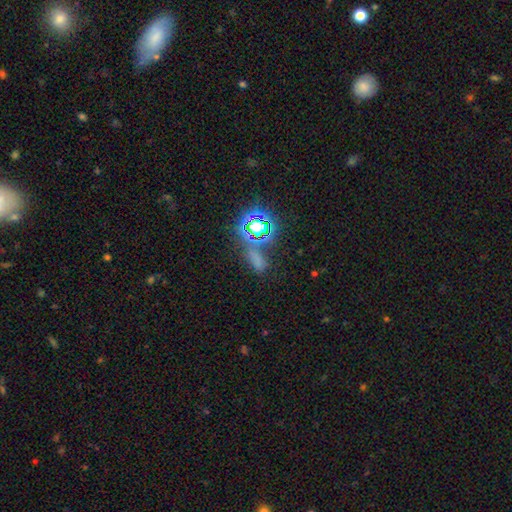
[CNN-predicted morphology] Smooth or featured?
  - star or artifact: 60% *
  - smooth: 30%
  - featured or disk: 10%